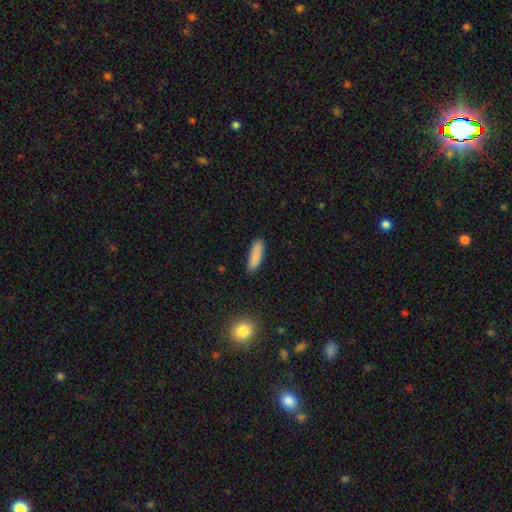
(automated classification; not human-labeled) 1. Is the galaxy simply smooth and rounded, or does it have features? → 87% smooth, 7% star or artifact, 6% featured or disk.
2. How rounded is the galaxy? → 63% cigar-shaped, 35% in between, 2% round.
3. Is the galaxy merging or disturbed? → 86% none, 10% minor disturbance, 2% major disturbance, 1% merger.